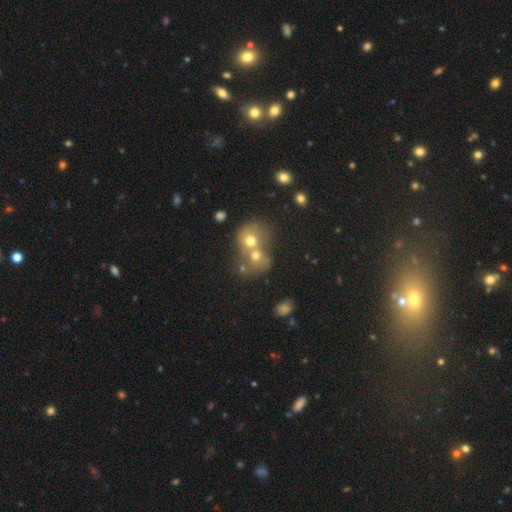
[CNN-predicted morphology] Q: Smooth or featured?
A: smooth (59%); runner-up: featured or disk (27%)
Q: How rounded?
A: round (65%); runner-up: in between (34%)
Q: Merging?
A: merger (73%); runner-up: none (17%)